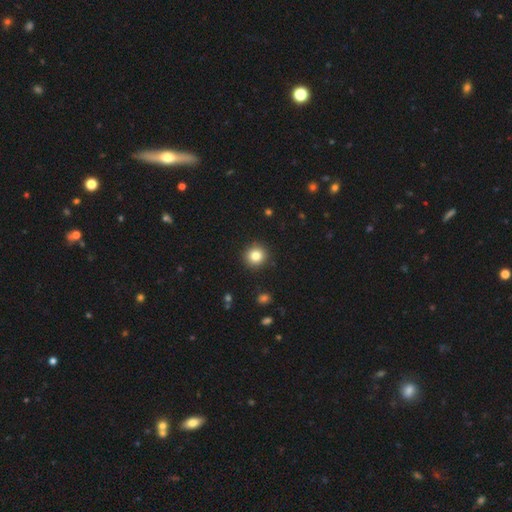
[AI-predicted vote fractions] smooth-or-featured: smooth: 83% | star or artifact: 11% | featured or disk: 7%
  how-rounded: round: 93% | in between: 6% | cigar-shaped: 1%
  merging: none: 92% | minor disturbance: 5% | major disturbance: 2% | merger: 1%